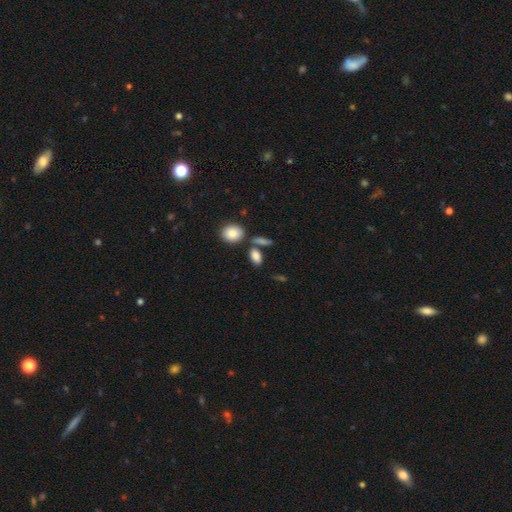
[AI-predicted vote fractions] Overall: smooth (83%). How rounded: in between (82%). Merging: none (67%).